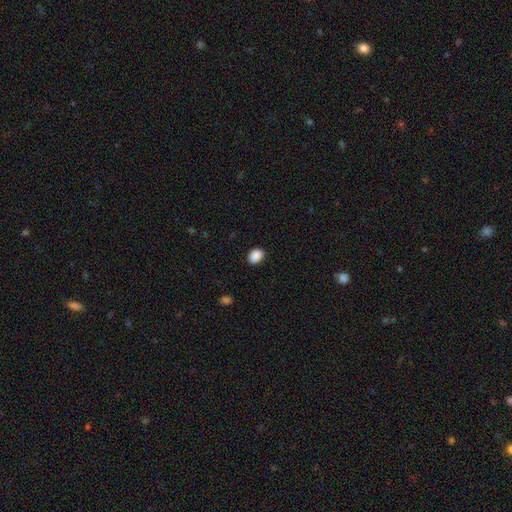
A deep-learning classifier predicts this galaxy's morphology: Q: Smooth or featured?
A: smooth (89%); runner-up: star or artifact (8%)
Q: How rounded?
A: in between (65%); runner-up: round (34%)
Q: Merging?
A: none (86%); runner-up: minor disturbance (10%)